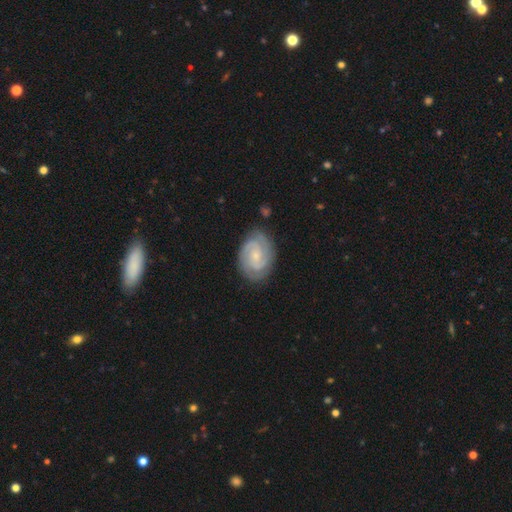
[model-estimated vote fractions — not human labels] smooth_or_featured: featured or disk (p=0.88) [alt: smooth p=0.08]
disk_edge_on: no (p=0.98) [alt: yes p=0.02]
bar: no (p=0.55) [alt: weak p=0.38]
has_spiral_arms: yes (p=0.98) [alt: no p=0.02]
spiral_winding: tight (p=0.66) [alt: medium p=0.29]
spiral_arm_count: 2 (p=0.65) [alt: 3 p=0.18]
bulge_size: small (p=0.68) [alt: moderate p=0.25]
merging: none (p=0.82) [alt: minor disturbance p=0.13]